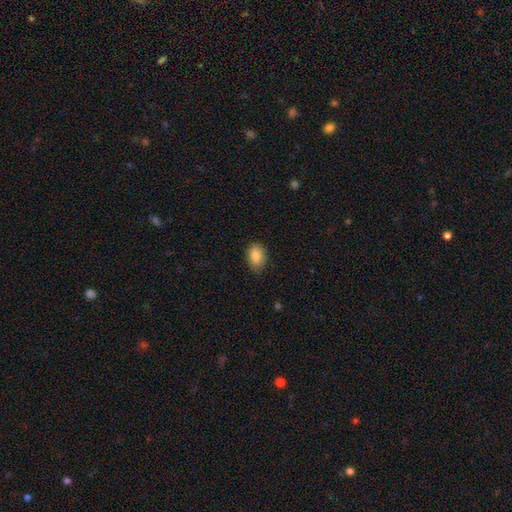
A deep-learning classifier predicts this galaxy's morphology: smooth 85%, star or artifact 8%, featured or disk 7%. Down the decision tree: how rounded — in between (83%); merging — none (81%).